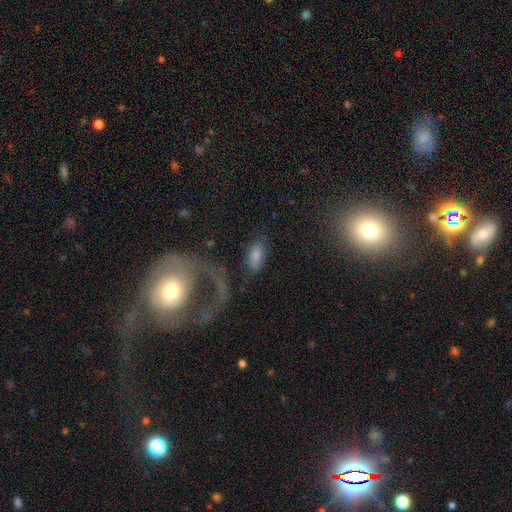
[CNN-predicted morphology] A smooth galaxy with no disk features (73%) that is in between round and cigar-shaped (89%). Merging: none (63%).